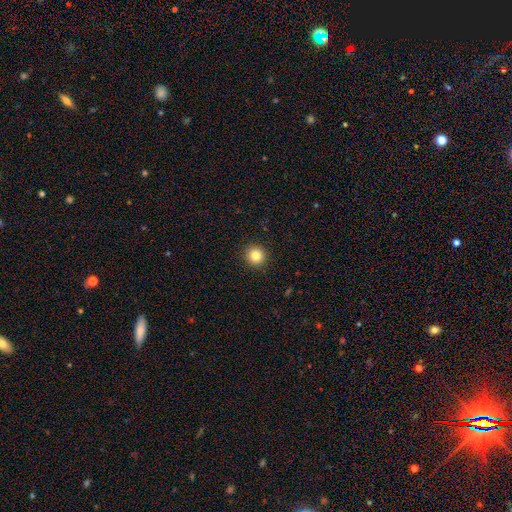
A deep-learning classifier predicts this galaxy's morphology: smooth-or-featured: smooth: 83% | star or artifact: 11% | featured or disk: 6%
  how-rounded: round: 94% | in between: 5% | cigar-shaped: 1%
  merging: none: 92% | minor disturbance: 5% | major disturbance: 2% | merger: 1%